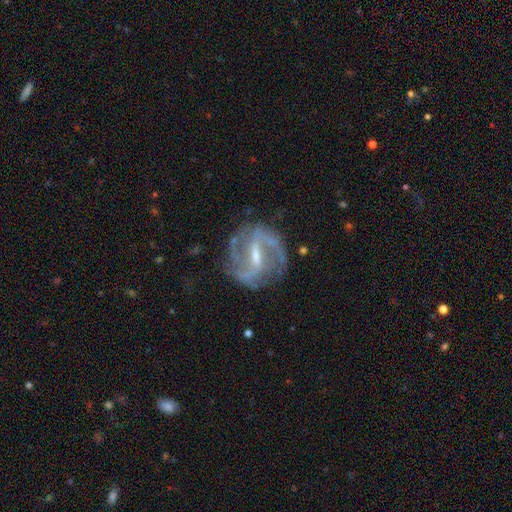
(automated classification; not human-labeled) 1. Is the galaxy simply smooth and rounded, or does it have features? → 89% featured or disk, 6% star or artifact, 5% smooth.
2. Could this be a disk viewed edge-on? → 97% no, 3% yes.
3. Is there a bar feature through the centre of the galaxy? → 52% strong, 40% weak, 8% no.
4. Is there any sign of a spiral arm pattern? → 96% yes, 4% no.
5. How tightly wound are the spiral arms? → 52% medium, 25% tight, 22% loose.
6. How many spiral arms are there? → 73% 2, 10% 3, 8% can't tell, 3% 4, 3% 1, 2% more than 4.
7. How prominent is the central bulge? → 49% small, 42% moderate, 6% none, 2% large, 1% dominant.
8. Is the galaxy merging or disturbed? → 75% none, 16% minor disturbance, 7% major disturbance, 2% merger.